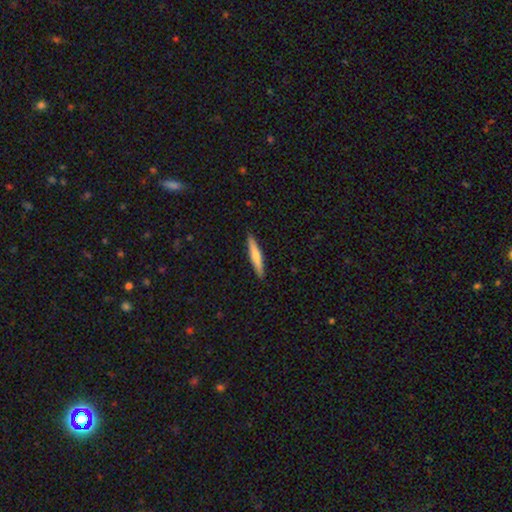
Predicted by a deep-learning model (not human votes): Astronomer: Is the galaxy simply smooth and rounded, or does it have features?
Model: smooth — 67%.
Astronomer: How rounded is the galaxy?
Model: cigar-shaped — 93%.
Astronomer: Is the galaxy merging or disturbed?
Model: none — 91%.